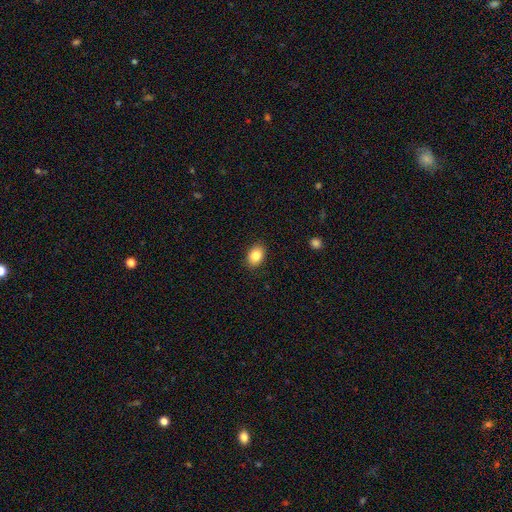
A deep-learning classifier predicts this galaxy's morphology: smooth-or-featured: smooth: 84% | star or artifact: 8% | featured or disk: 8%
  how-rounded: in between: 78% | round: 21% | cigar-shaped: 1%
  merging: none: 89% | minor disturbance: 8% | major disturbance: 2% | merger: 1%